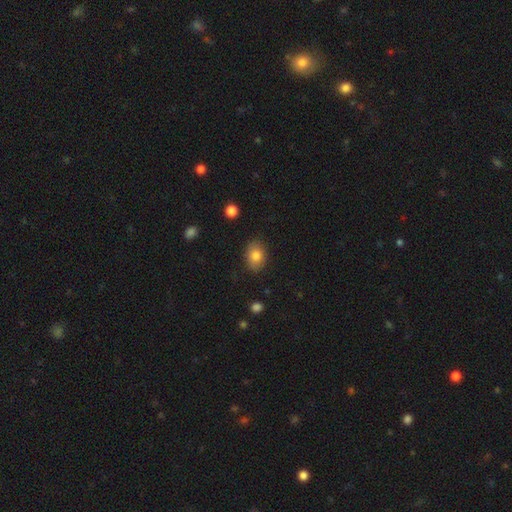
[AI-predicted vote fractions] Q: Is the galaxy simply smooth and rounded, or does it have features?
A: smooth — 82%.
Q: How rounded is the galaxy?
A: in between — 72%.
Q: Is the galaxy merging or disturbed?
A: none — 84%.